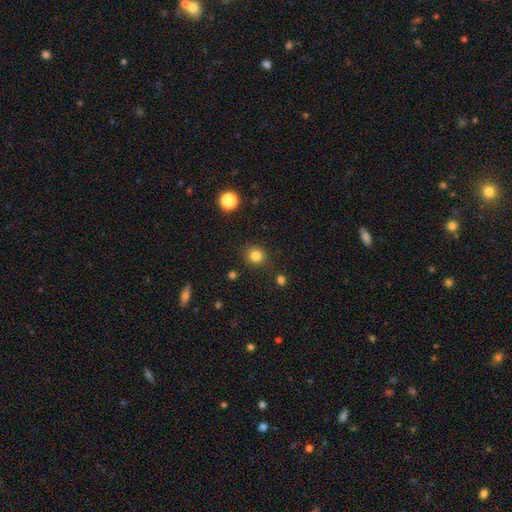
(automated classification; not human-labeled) The model was most divided on "smooth or featured": smooth: 83%, star or artifact: 12%, featured or disk: 5%. More confident: merging — none (89%); how rounded — round (88%).